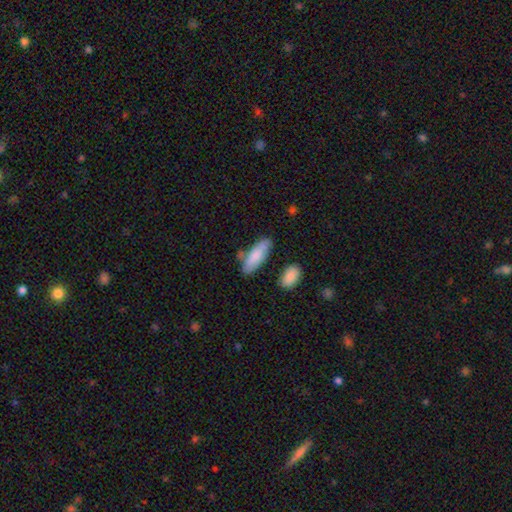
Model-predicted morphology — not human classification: Smooth or featured? Predicted: smooth (p=0.82). How rounded? Predicted: in between (p=0.64). Merging? Predicted: none (p=0.70).